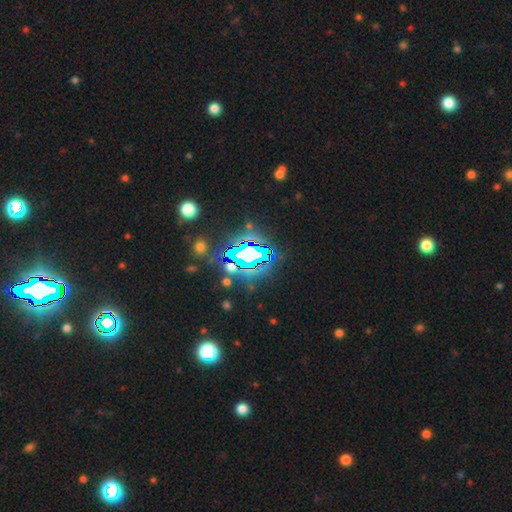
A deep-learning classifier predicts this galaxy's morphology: type=star or artifact (75%).